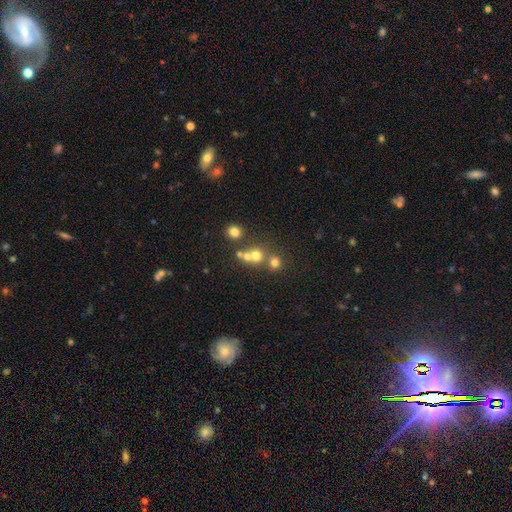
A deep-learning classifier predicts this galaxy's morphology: Q: Smooth or featured?
A: smooth (65%); runner-up: star or artifact (19%)
Q: How rounded?
A: round (86%); runner-up: in between (13%)
Q: Merging?
A: none (48%); runner-up: merger (41%)